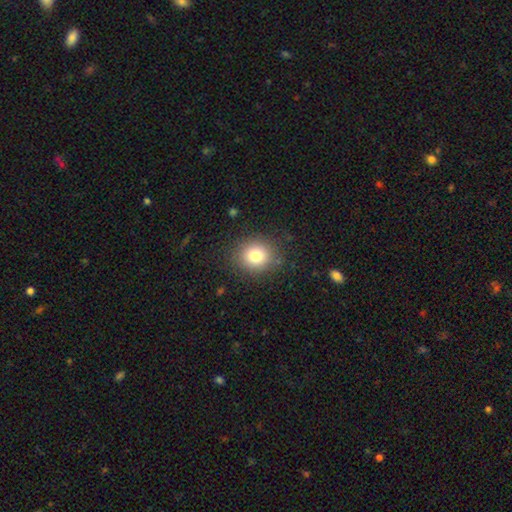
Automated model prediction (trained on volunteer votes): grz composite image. It shows a smooth galaxy with no disk features (81%) that is round (76%). Merging: none (86%).